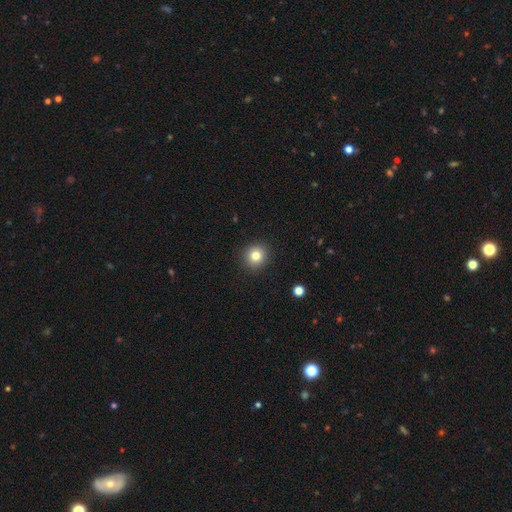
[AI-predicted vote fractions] Overall: smooth (81%). How rounded: round (91%). Merging: none (92%).